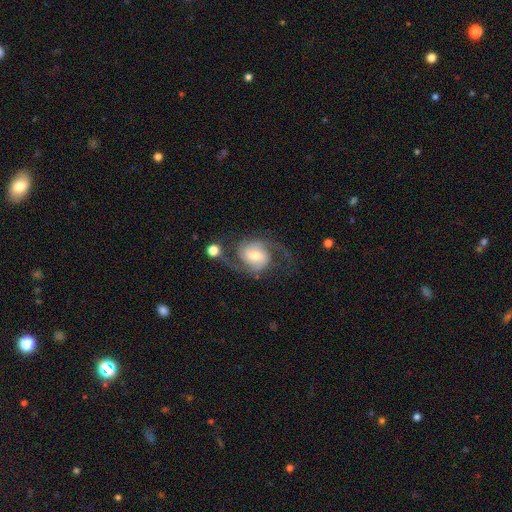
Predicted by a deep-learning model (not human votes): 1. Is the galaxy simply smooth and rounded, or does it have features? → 86% featured or disk, 8% smooth, 6% star or artifact.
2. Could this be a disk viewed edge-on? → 98% no, 2% yes.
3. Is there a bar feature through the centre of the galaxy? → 45% no, 41% weak, 14% strong.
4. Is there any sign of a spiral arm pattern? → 97% yes, 3% no.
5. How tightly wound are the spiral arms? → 51% medium, 34% loose, 15% tight.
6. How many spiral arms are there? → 92% 2, 3% can't tell, 2% 3, 2% 1, 1% 4, 1% more than 4.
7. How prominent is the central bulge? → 49% moderate, 35% small, 11% large, 3% none, 2% dominant.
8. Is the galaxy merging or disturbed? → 66% none, 15% minor disturbance, 14% major disturbance, 6% merger.